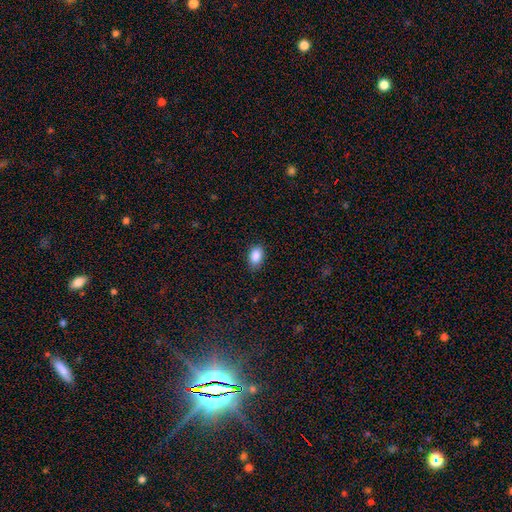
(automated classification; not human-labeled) smooth 88%, star or artifact 8%, featured or disk 4%. Down the decision tree: how rounded — in between (89%); merging — none (84%).